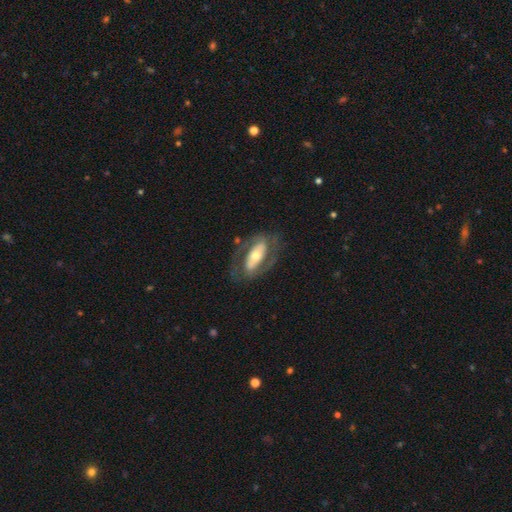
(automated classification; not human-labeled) A featured or disk galaxy (69%) with no bar (43%), spiral arms (59%) and a moderate central bulge (55%).

Vote fractions:
- Smooth or featured? featured or disk: 69% / smooth: 26% / star or artifact: 6%
- Edge-on disk? no: 88% / yes: 12%
- Bar? no: 43% / strong: 36% / weak: 21%
- Spiral arms? yes: 59% / no: 41%
- Bulge size? moderate: 55% / small: 31% / large: 10% / dominant: 2% / none: 1%
- Merging? none: 69% / minor disturbance: 16% / major disturbance: 13% / merger: 2%